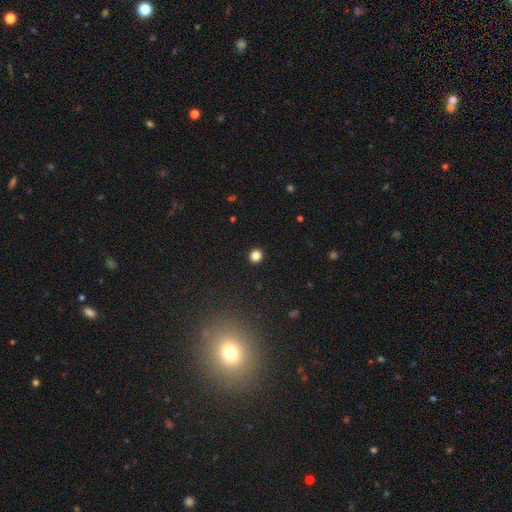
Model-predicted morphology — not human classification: Overall: smooth (84%). How rounded: round (92%). Merging: none (93%).